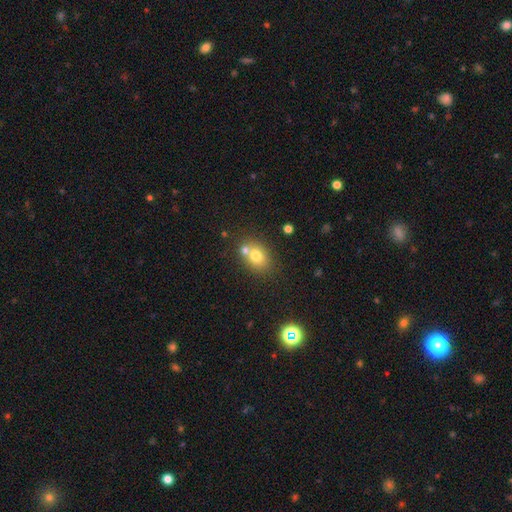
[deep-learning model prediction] smooth-or-featured: smooth: 73% | featured or disk: 15% | star or artifact: 12%
  how-rounded: in between: 51% | round: 48% | cigar-shaped: 1%
  merging: none: 53% | merger: 34% | minor disturbance: 10% | major disturbance: 3%